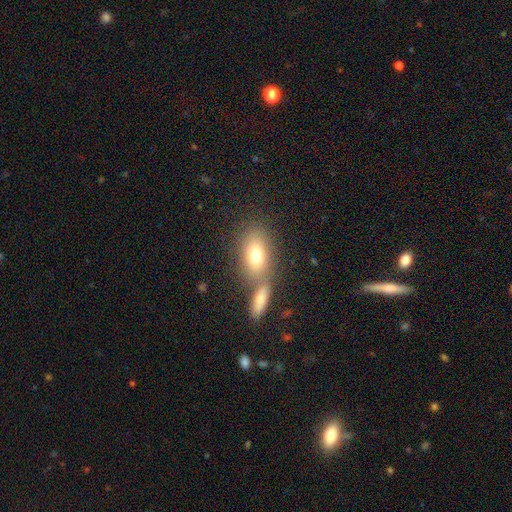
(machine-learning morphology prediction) A smooth galaxy with no disk features (73%) that is in between round and cigar-shaped (82%).

Vote fractions:
- Smooth or featured? smooth: 73% / featured or disk: 18% / star or artifact: 9%
- How rounded? in between: 82% / round: 10% / cigar-shaped: 7%
- Merging? none: 52% / merger: 33% / minor disturbance: 11% / major disturbance: 4%